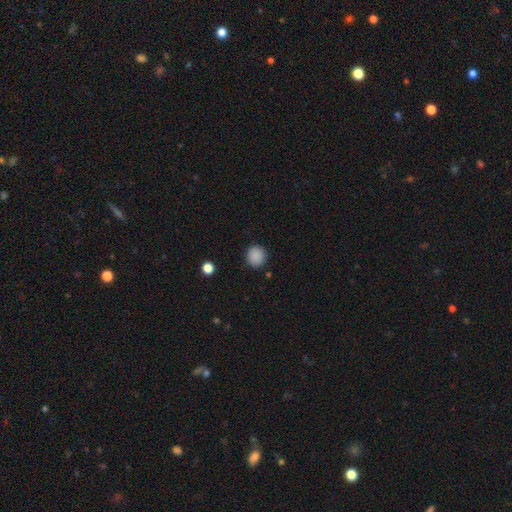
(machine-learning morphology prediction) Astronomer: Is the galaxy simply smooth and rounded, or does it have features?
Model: smooth — 88%.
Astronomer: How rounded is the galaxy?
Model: round — 91%.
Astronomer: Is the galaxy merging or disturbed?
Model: none — 90%.